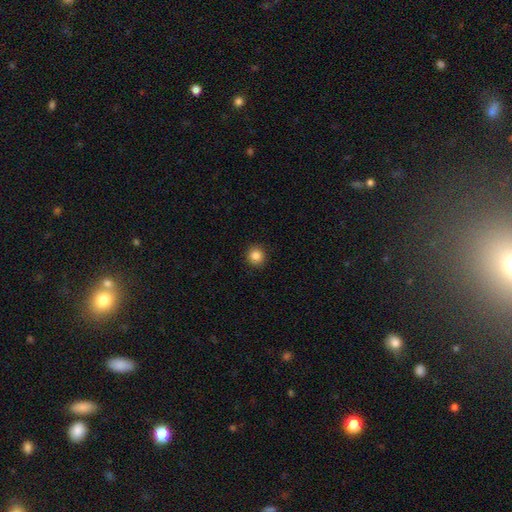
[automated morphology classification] Smooth or featured? Predicted: smooth (p=0.86). How rounded? Predicted: round (p=0.92). Merging? Predicted: none (p=0.92).